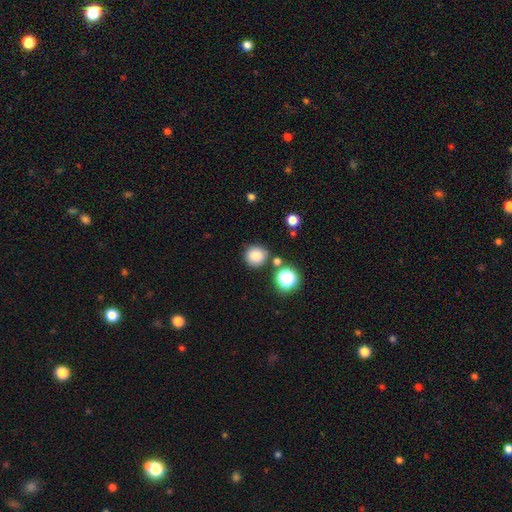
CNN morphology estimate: Smooth or featured: smooth — 82% (star or artifact — 13%)
How rounded: round — 90% (in between — 9%)
Merging: none — 81% (minor disturbance — 10%)